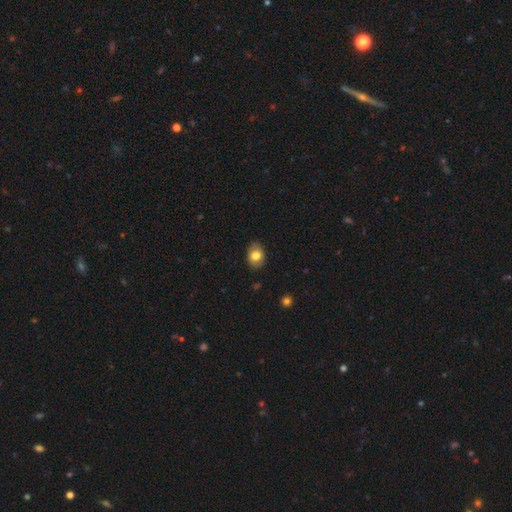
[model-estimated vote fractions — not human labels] This appears to be a smooth galaxy with no disk features (78%) that is in between round and cigar-shaped (75%). Merging: none (84%).